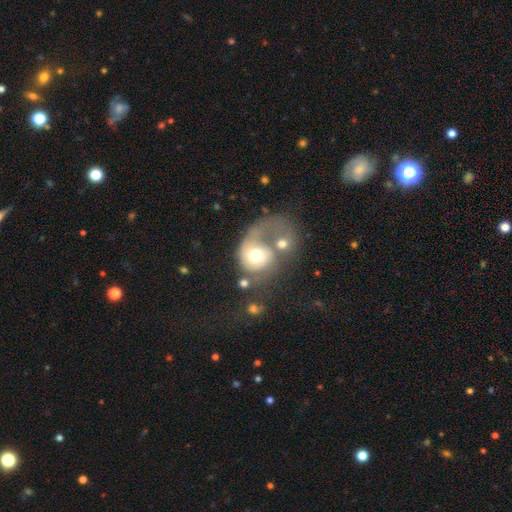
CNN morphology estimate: Q: Smooth or featured?
A: featured or disk (56%); runner-up: smooth (37%)
Q: Edge-on disk?
A: no (97%); runner-up: yes (3%)
Q: Bar?
A: no (78%); runner-up: weak (18%)
Q: Spiral arms?
A: yes (72%); runner-up: no (28%)
Q: Bulge size?
A: moderate (65%); runner-up: large (20%)
Q: Merging?
A: merger (45%); runner-up: major disturbance (34%)